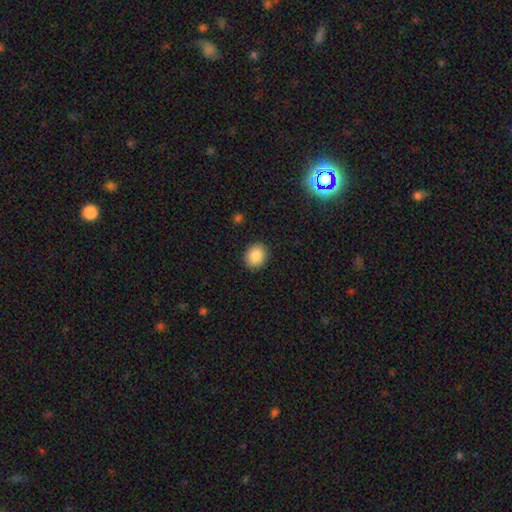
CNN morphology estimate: Smooth or featured? smooth (87%)
How rounded? round (64%)
Merging? none (91%)